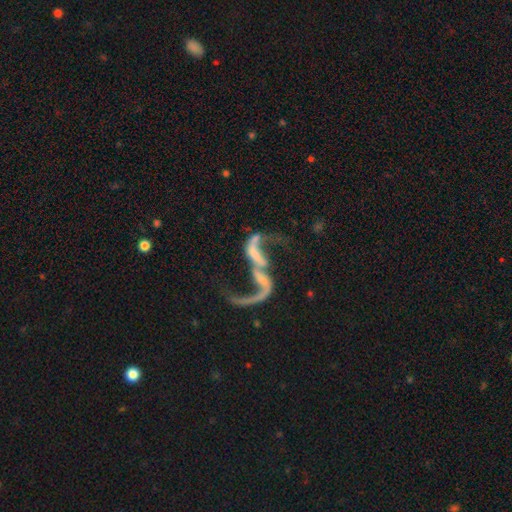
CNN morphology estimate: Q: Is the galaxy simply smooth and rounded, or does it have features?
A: featured or disk — 81%.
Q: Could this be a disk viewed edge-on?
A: no — 96%.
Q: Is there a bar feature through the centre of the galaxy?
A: no — 42%.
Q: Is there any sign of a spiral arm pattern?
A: yes — 75%.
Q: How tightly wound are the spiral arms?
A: loose — 93%.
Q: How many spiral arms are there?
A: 2 — 73%.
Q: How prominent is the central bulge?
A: none — 52%.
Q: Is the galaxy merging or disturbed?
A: merger — 38%.